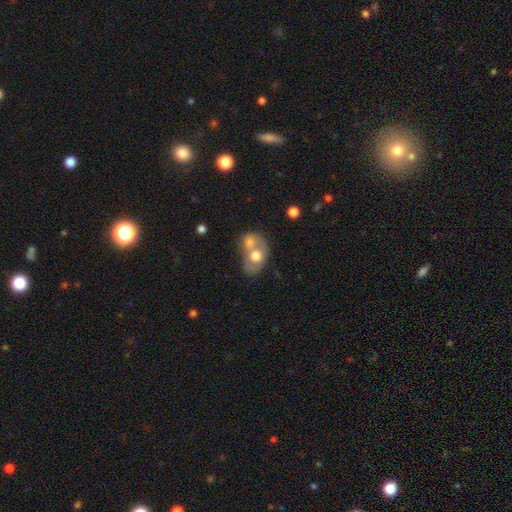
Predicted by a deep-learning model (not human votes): Q: Smooth or featured?
A: smooth (61%); runner-up: featured or disk (32%)
Q: How rounded?
A: in between (70%); runner-up: round (28%)
Q: Merging?
A: merger (66%); runner-up: none (19%)